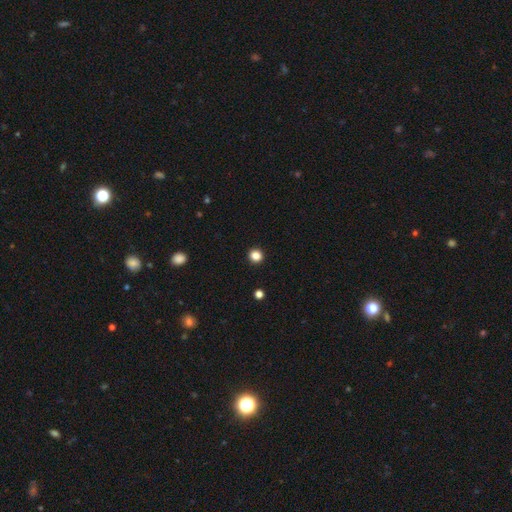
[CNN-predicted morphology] smooth_or_featured: smooth (p=0.85) [alt: star or artifact p=0.12]
how_rounded: round (p=0.93) [alt: in between p=0.06]
merging: none (p=0.93) [alt: minor disturbance p=0.04]